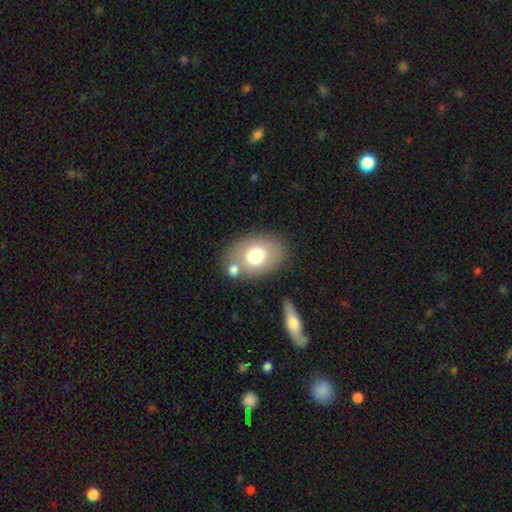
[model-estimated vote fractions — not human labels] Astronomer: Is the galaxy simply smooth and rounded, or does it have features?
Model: smooth — 72%.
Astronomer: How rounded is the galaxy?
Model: in between — 74%.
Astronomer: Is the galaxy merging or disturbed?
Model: none — 68%.